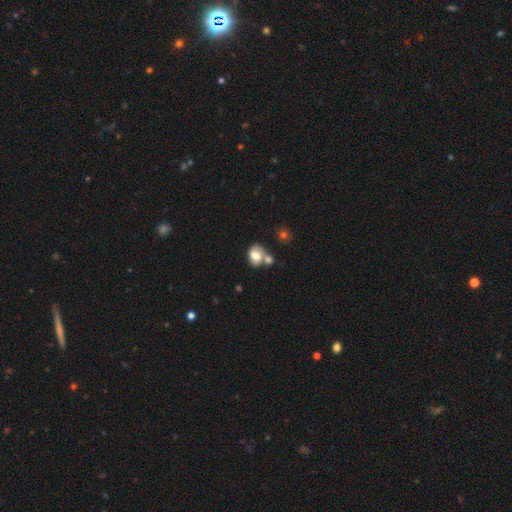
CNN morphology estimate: type=smooth (70%); roundness=in between (53%); merging=merger (39%).